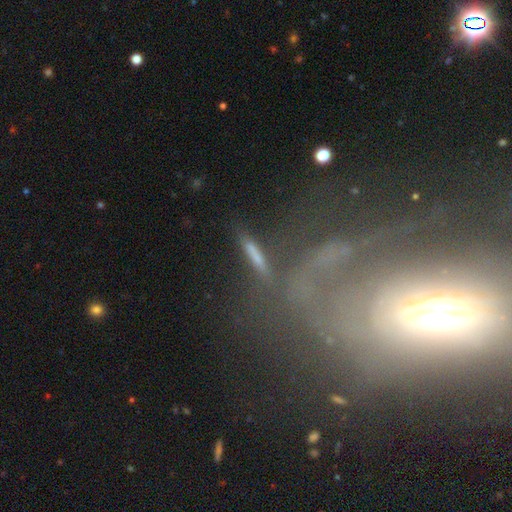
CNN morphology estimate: Smooth or featured? featured or disk (42%)
Merging? none (72%)